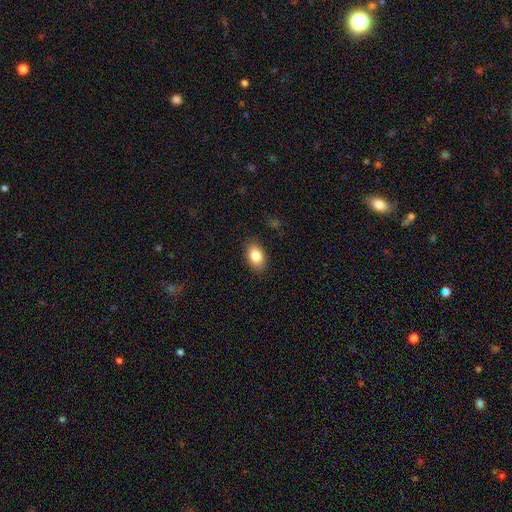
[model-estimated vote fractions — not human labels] smooth_or_featured: smooth (p=0.84) [alt: featured or disk p=0.08]
how_rounded: in between (p=0.88) [alt: round p=0.10]
merging: none (p=0.87) [alt: minor disturbance p=0.10]